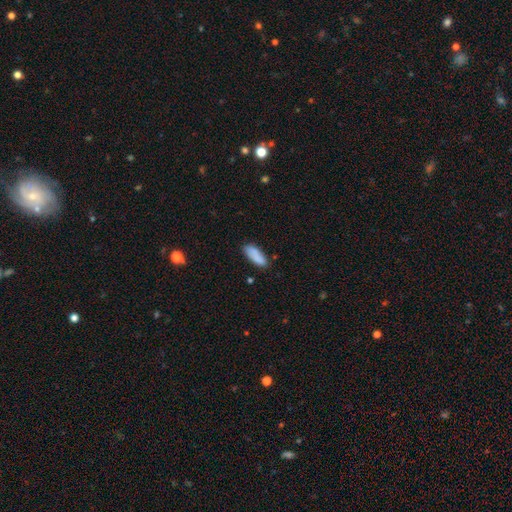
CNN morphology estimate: Smooth or featured: smooth — 86% (featured or disk — 7%)
How rounded: in between — 68% (cigar-shaped — 30%)
Merging: none — 78% (minor disturbance — 16%)